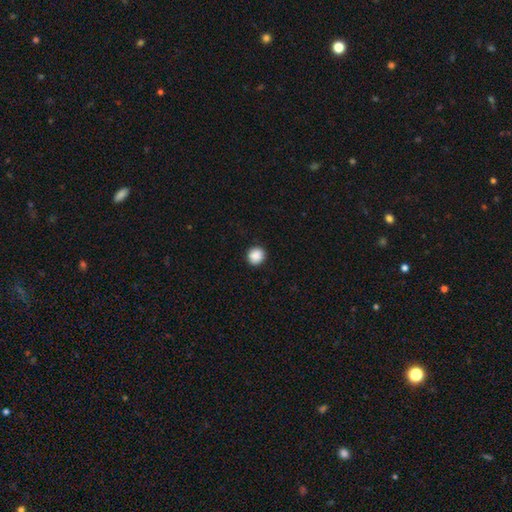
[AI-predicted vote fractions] The model was most divided on "smooth or featured": smooth: 89%, star or artifact: 9%, featured or disk: 2%. More confident: merging — none (91%); how rounded — round (90%).